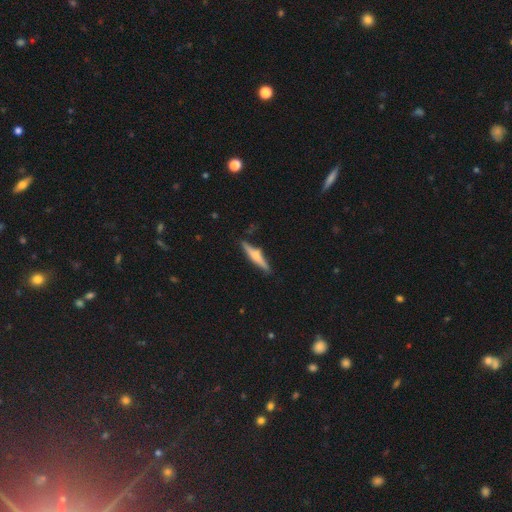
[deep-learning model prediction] Overall: featured or disk (58%; smooth 36%). Edge-on disk: yes (97%). Edge-on bulge: rounded (80%). Merging: none (83%).